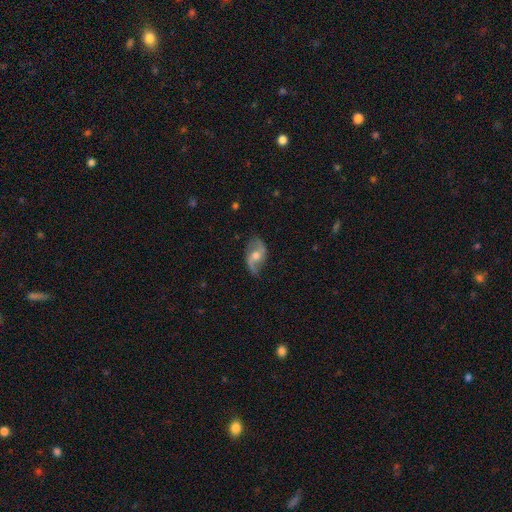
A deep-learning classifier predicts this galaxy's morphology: Smooth or featured: featured or disk — 81% (smooth — 13%)
Edge-on disk: no — 96% (yes — 4%)
Bar: no — 50% (weak — 39%)
Spiral arms: yes — 94% (no — 6%)
Spiral winding: loose — 66% (medium — 27%)
Spiral arm count: 2 — 91% (can't tell — 3%)
Bulge size: moderate — 69% (small — 22%)
Merging: none — 77% (minor disturbance — 16%)